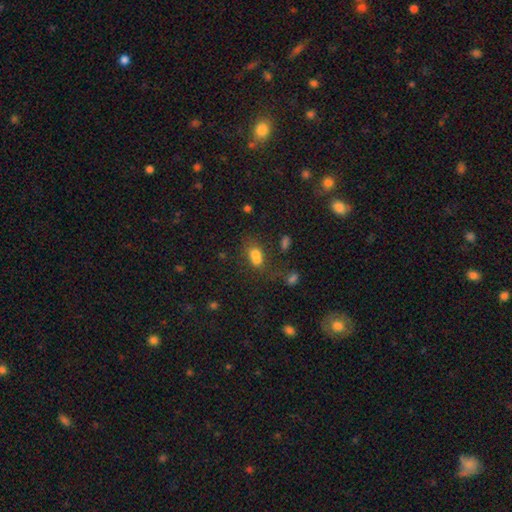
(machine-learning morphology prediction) Smooth or featured?
  - smooth: 74% *
  - star or artifact: 15%
  - featured or disk: 11%
How rounded?
  - in between: 74% *
  - round: 22%
  - cigar-shaped: 4%
Merging?
  - none: 41% *
  - merger: 29%
  - minor disturbance: 19%
  - major disturbance: 11%